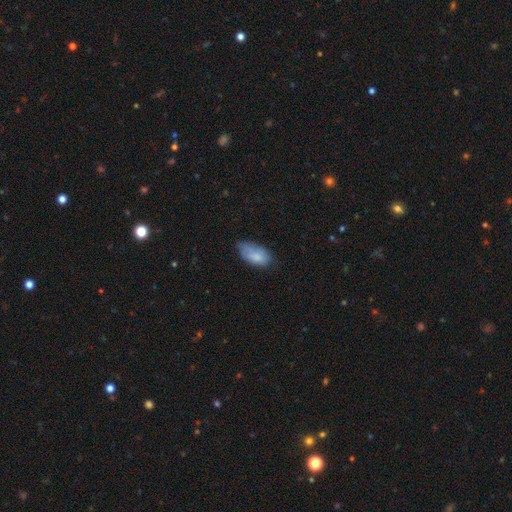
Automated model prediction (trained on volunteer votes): This is likely a smooth galaxy (80%). How rounded: clearly in between (94%). Merging: possibly none (49%).